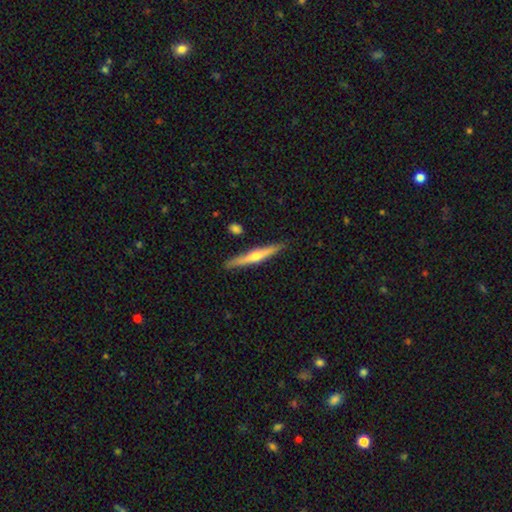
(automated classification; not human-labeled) smooth_or_featured: featured or disk (p=0.62) [alt: smooth p=0.32]
disk_edge_on: yes (p=0.97) [alt: no p=0.03]
edge_on_bulge: rounded (p=0.84) [alt: none p=0.12]
merging: none (p=0.89) [alt: minor disturbance p=0.08]